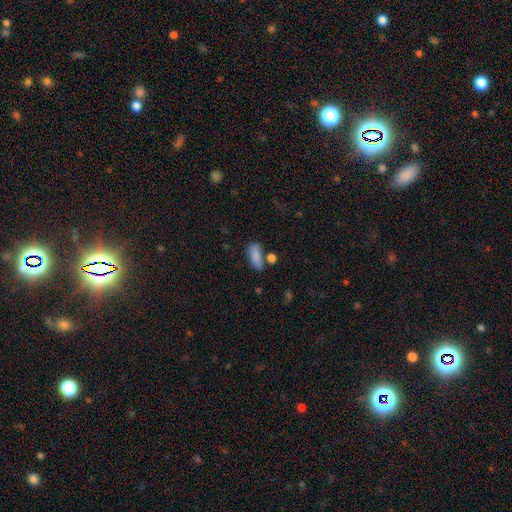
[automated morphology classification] smooth_or_featured: smooth (p=0.84) [alt: star or artifact p=0.08]
how_rounded: in between (p=0.76) [alt: cigar-shaped p=0.20]
merging: none (p=0.59) [alt: minor disturbance p=0.19]